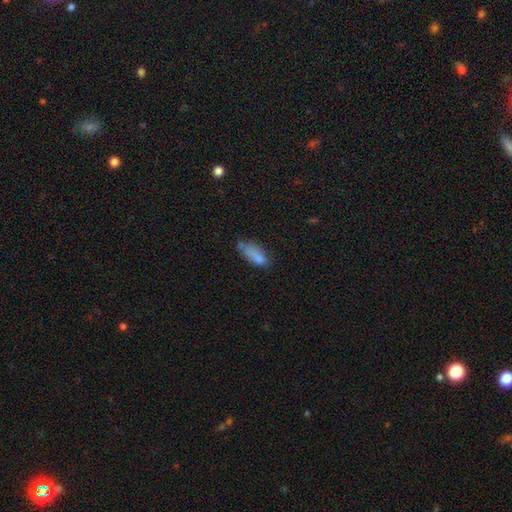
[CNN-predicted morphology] This appears to be a smooth galaxy with no disk features (77%) that is in between round and cigar-shaped (72%). Merging: none (43%).